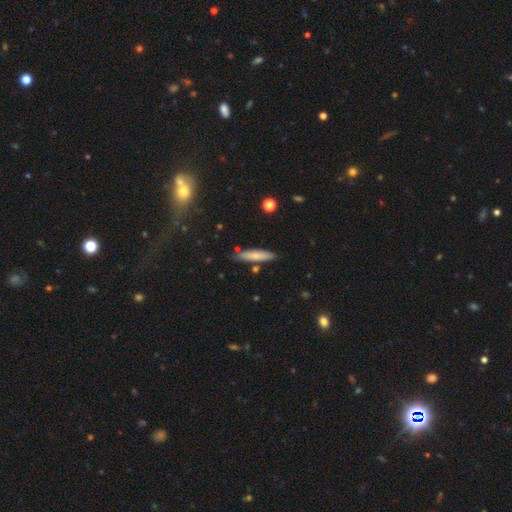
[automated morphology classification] This appears to be a smooth galaxy with no disk features (72%) that is cigar-shaped (82%). Merging: none (81%).